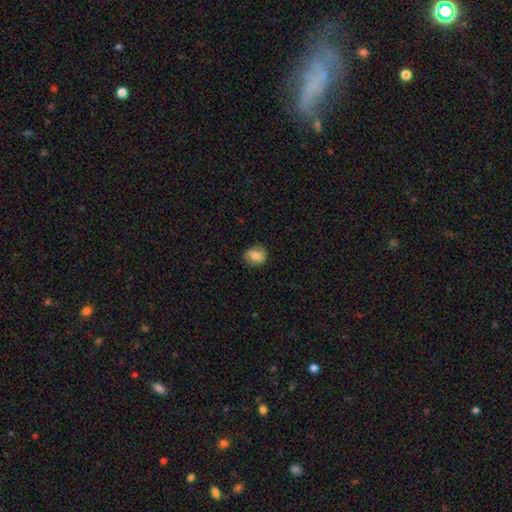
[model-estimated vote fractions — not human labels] Overall: smooth (79%). How rounded: round (72%). Merging: none (85%).